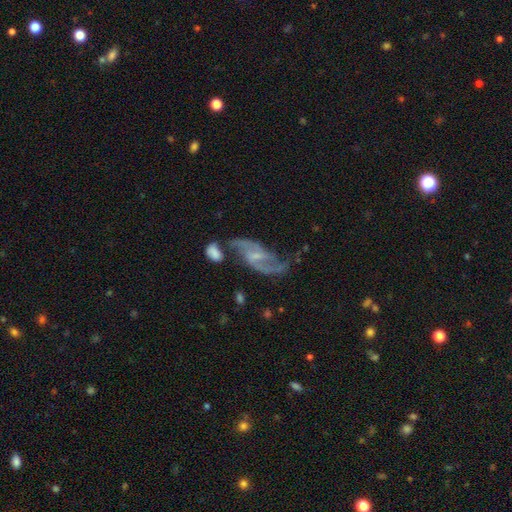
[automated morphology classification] This appears to be a featured or disk galaxy (88%) with a weak bar (50%), 2 (91%) loose (47%) spiral arms (96%) and a small central bulge (58%). Merging: none (51%).